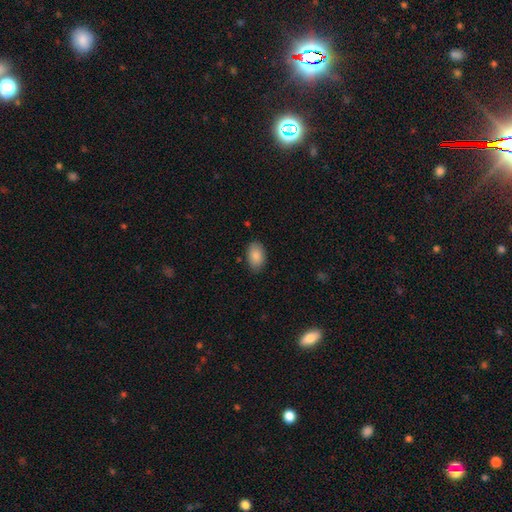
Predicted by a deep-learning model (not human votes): smooth-or-featured: smooth: 88% | star or artifact: 7% | featured or disk: 6%
  how-rounded: in between: 91% | round: 7% | cigar-shaped: 1%
  merging: none: 84% | minor disturbance: 12% | major disturbance: 2% | merger: 1%